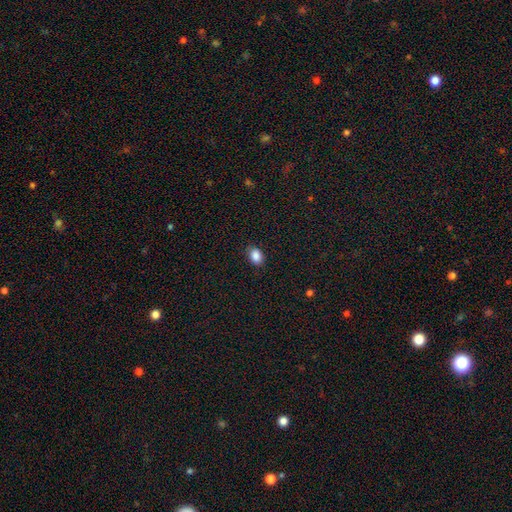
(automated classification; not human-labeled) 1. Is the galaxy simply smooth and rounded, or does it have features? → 87% smooth, 9% star or artifact, 4% featured or disk.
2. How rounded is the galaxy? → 75% in between, 24% round, 1% cigar-shaped.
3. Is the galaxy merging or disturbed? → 87% none, 10% minor disturbance, 2% major disturbance, 1% merger.